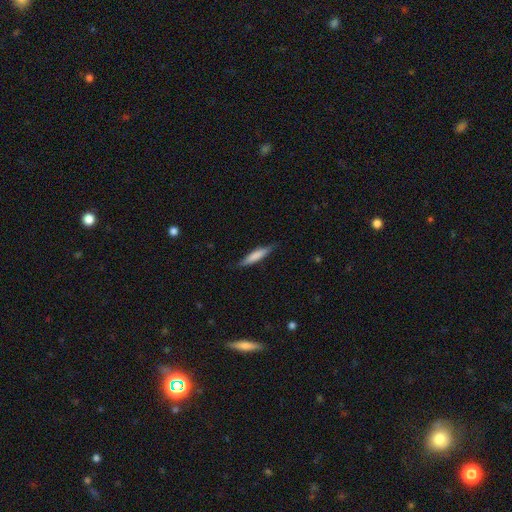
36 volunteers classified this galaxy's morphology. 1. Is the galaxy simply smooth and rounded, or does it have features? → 75% smooth, 22% featured or disk, 3% star or artifact.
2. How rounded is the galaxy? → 81% cigar-shaped, 19% in between, 0% round.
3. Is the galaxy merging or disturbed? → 80% none, 17% minor disturbance, 3% major disturbance, 0% merger.